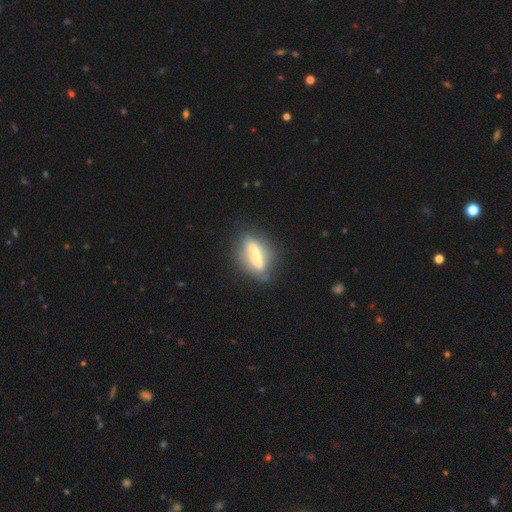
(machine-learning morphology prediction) Overall: featured or disk (50%; smooth 42%). Merging: none (74%).